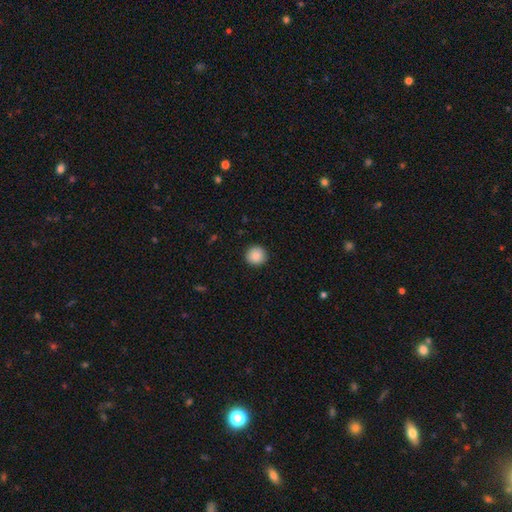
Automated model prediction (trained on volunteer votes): This is clearly a smooth galaxy (89%). How rounded: clearly round (95%). Merging: clearly none (92%).